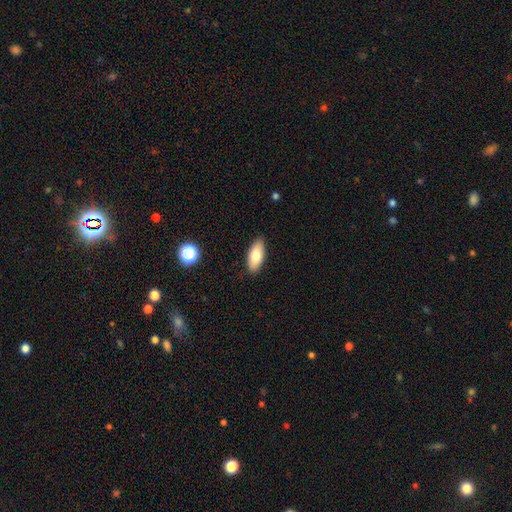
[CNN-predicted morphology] The model was most divided on "smooth or featured": smooth: 80%, featured or disk: 13%, star or artifact: 7%. More confident: merging — none (88%); how rounded — in between (84%).